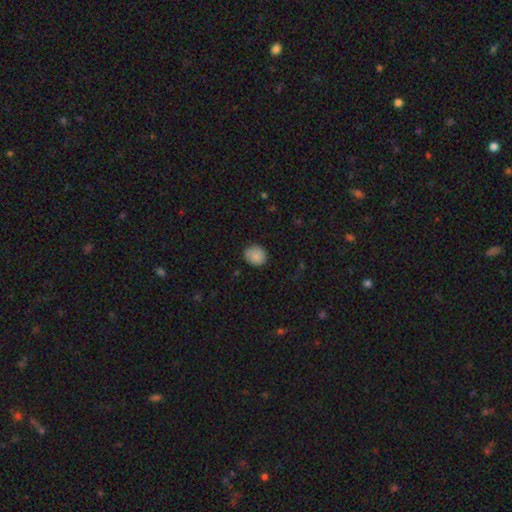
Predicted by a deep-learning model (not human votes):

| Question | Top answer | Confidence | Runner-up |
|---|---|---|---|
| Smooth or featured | smooth | 86% | star or artifact (8%) |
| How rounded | round | 73% | in between (26%) |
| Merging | none | 80% | minor disturbance (16%) |